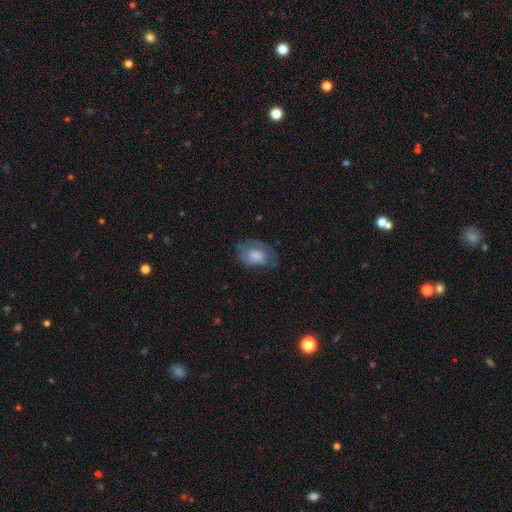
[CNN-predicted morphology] This is likely a smooth galaxy (65%). How rounded: clearly in between (83%). Merging: possibly none (53%).